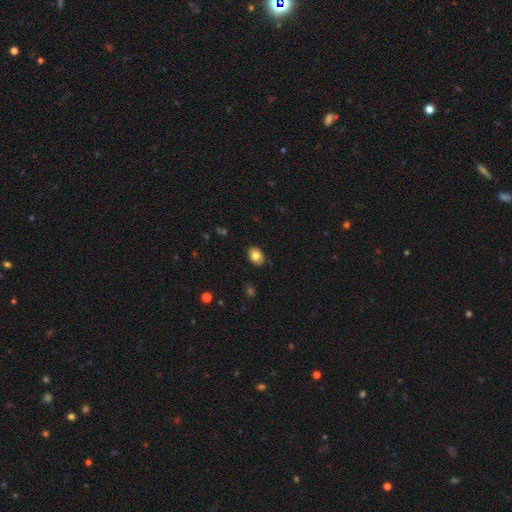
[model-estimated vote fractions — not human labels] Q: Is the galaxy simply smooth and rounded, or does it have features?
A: smooth — 81%.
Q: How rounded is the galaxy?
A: in between — 79%.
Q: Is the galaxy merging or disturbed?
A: none — 84%.